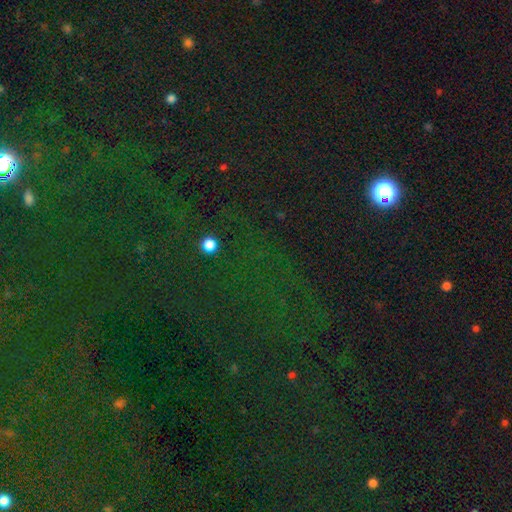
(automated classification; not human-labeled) Morphology: type=star or artifact (78%).